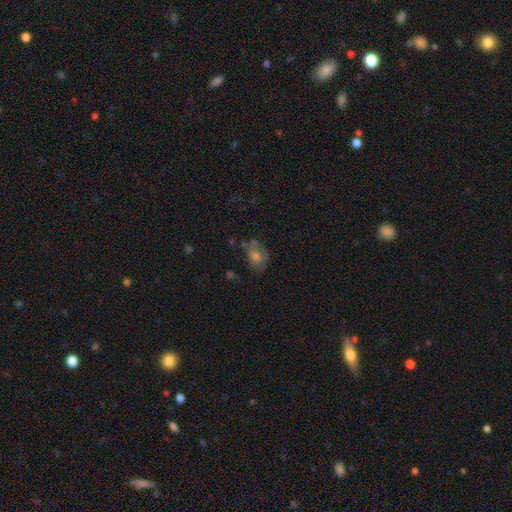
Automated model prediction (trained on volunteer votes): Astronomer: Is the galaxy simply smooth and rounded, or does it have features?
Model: smooth — 46% (runner-up: featured or disk, 33%).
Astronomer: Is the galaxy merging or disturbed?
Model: none — 61%.